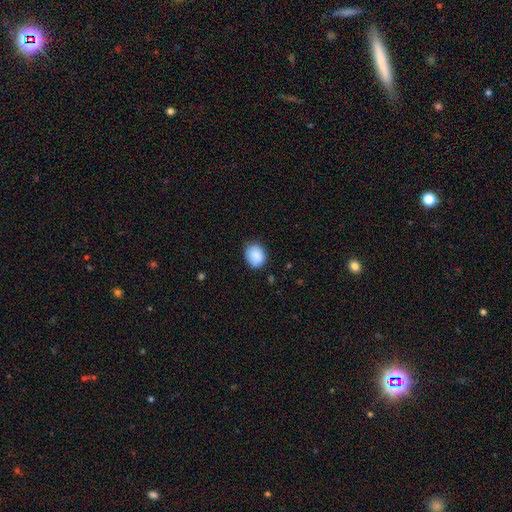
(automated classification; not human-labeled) Smooth or featured? Predicted: smooth (p=0.88). How rounded? Predicted: round (p=0.54). Merging? Predicted: none (p=0.79).